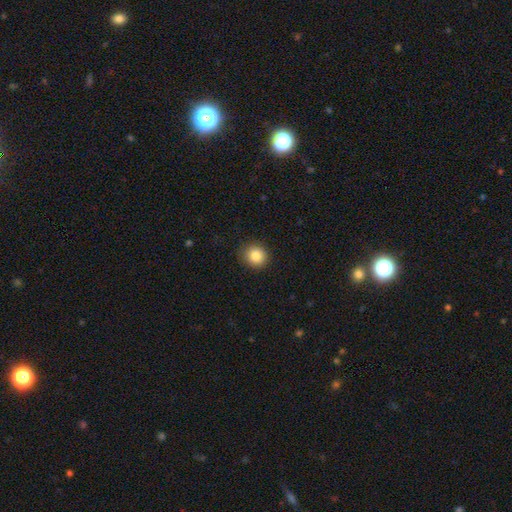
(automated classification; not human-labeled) smooth 85%, star or artifact 10%, featured or disk 5%. Down the decision tree: how rounded — round (88%); merging — none (88%).